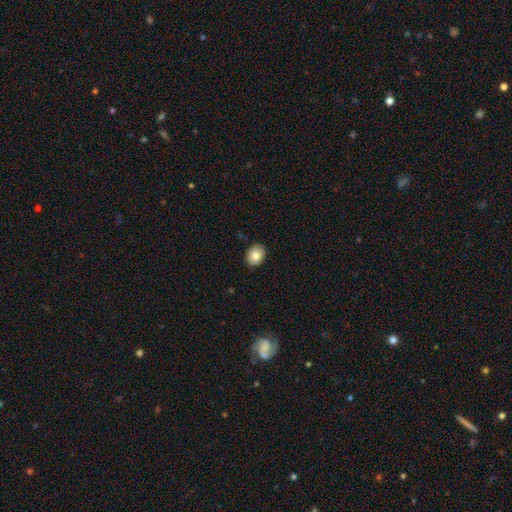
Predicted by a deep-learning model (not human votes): The model was most divided on "how rounded": in between: 54%, round: 45%, cigar-shaped: 1%. More confident: merging — none (88%); smooth or featured — smooth (81%).